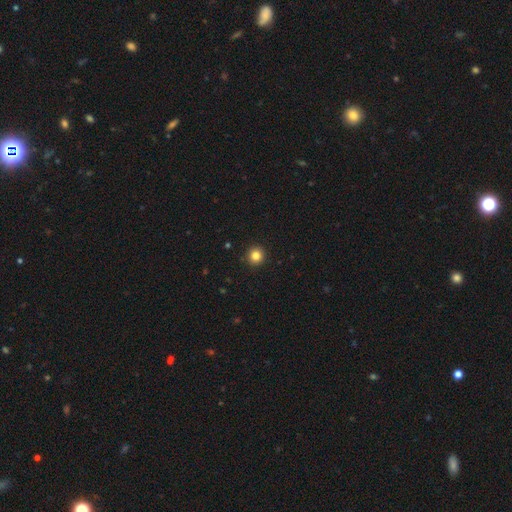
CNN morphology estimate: smooth-or-featured: smooth: 83% | star or artifact: 12% | featured or disk: 5%
  how-rounded: round: 94% | in between: 5% | cigar-shaped: 1%
  merging: none: 93% | minor disturbance: 5% | major disturbance: 2% | merger: 1%